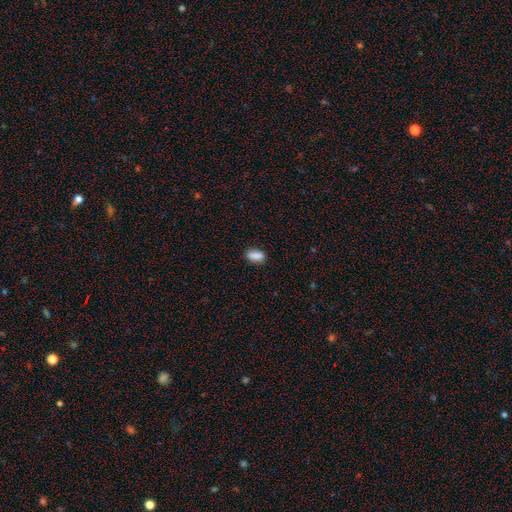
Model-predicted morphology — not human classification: smooth-or-featured: smooth: 87% | star or artifact: 8% | featured or disk: 5%
  how-rounded: in between: 83% | cigar-shaped: 11% | round: 6%
  merging: none: 85% | minor disturbance: 11% | major disturbance: 2% | merger: 1%